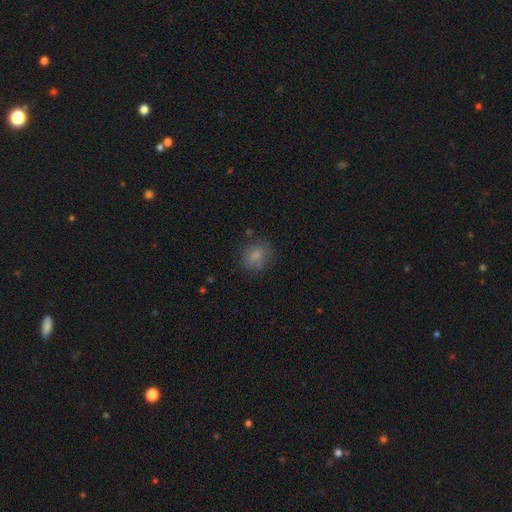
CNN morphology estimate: Overall: smooth (77%). How rounded: round (60%; in between 39%). Merging: none (73%).